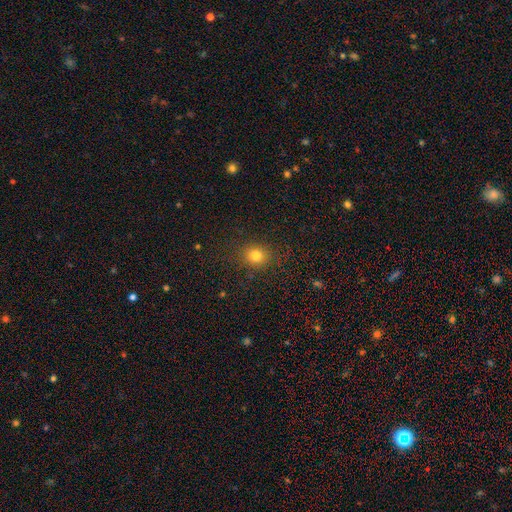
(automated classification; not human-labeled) Q: Smooth or featured?
A: smooth (79%); runner-up: star or artifact (15%)
Q: How rounded?
A: round (77%); runner-up: in between (22%)
Q: Merging?
A: none (87%); runner-up: minor disturbance (9%)